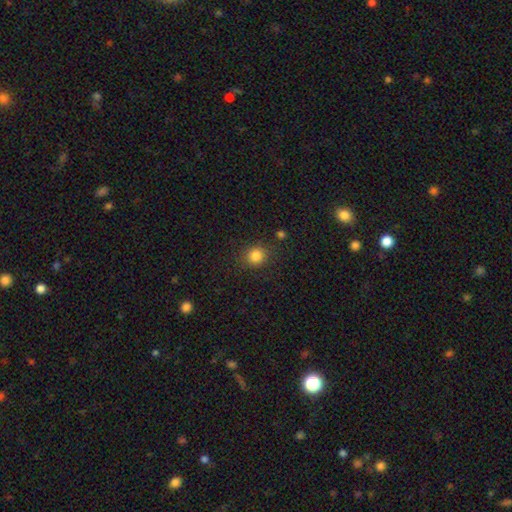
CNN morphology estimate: smooth 83%, star or artifact 12%, featured or disk 5%. Down the decision tree: how rounded — round (86%); merging — none (85%).